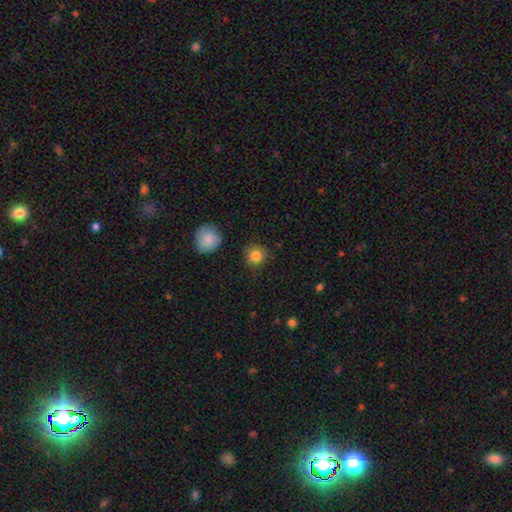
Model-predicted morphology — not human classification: Smooth or featured: smooth — 85% (star or artifact — 10%)
How rounded: round — 91% (in between — 8%)
Merging: none — 85% (minor disturbance — 10%)